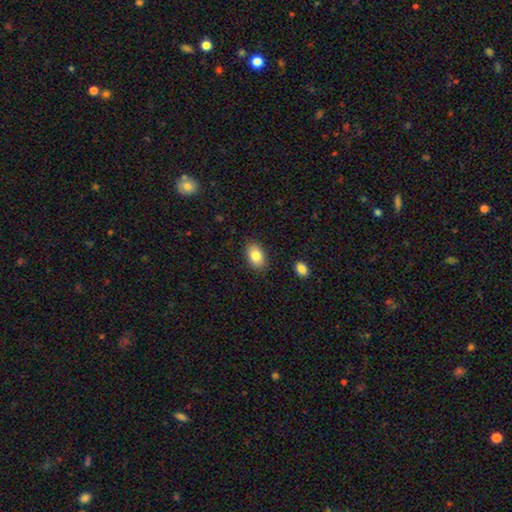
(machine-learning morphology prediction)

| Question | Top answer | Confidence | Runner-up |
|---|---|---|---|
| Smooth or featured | smooth | 82% | featured or disk (11%) |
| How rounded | in between | 89% | round (9%) |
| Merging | none | 86% | minor disturbance (10%) |